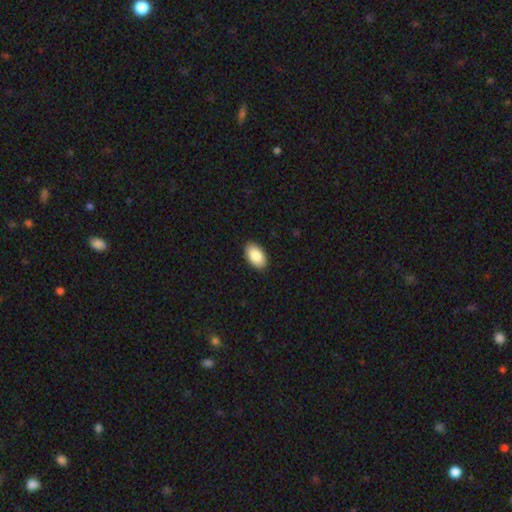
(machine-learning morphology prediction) This appears to be a smooth galaxy with no disk features (88%) that is in between round and cigar-shaped (95%). Merging: none (90%).